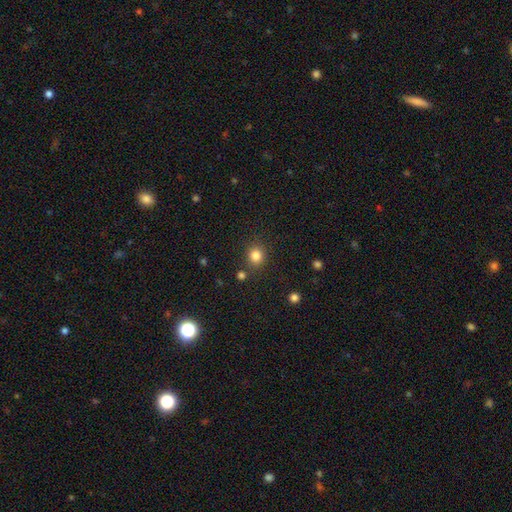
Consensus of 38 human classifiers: Smooth or featured?
  - smooth: 92% *
  - star or artifact: 8%
  - featured or disk: 0%
How rounded?
  - round: 83% *
  - in between: 17%
  - cigar-shaped: 0%
Merging?
  - none: 80% *
  - major disturbance: 9%
  - minor disturbance: 6%
  - merger: 6%